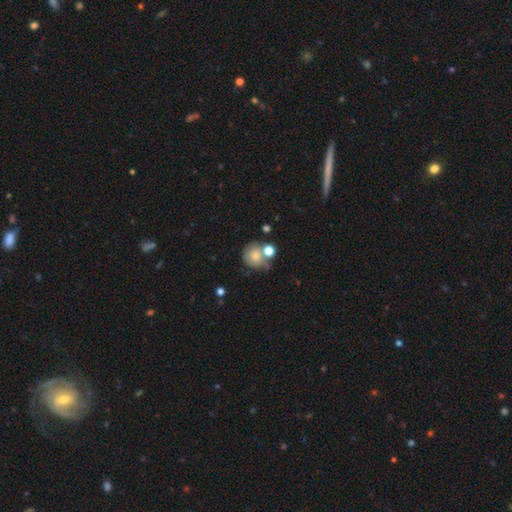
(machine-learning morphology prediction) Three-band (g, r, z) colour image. It shows a smooth galaxy with no disk features (72%) that is round (82%). Merging: none (41%).